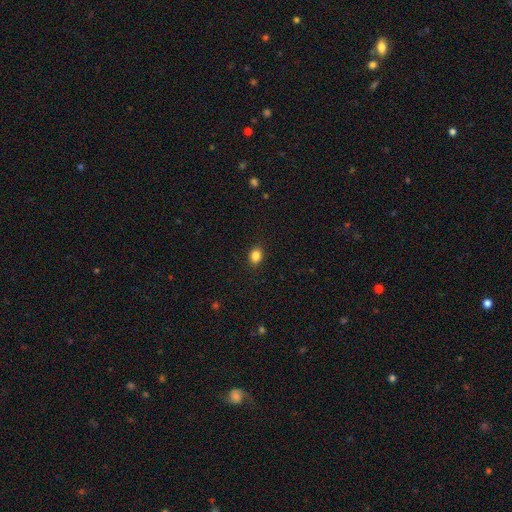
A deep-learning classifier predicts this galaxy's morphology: This is clearly a smooth galaxy (85%). How rounded: possibly in between (56%). Merging: clearly none (90%).